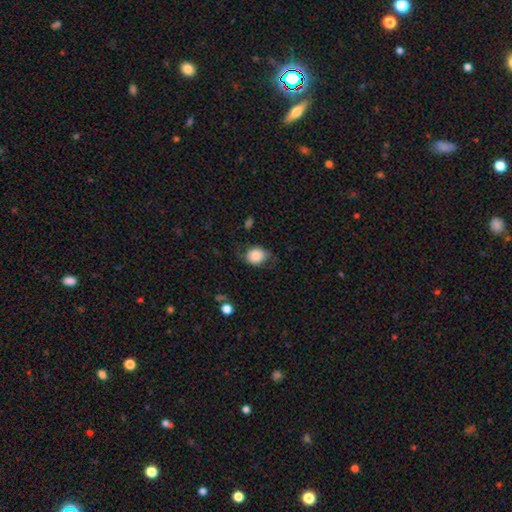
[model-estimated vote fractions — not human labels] smooth-or-featured: smooth: 72% | featured or disk: 19% | star or artifact: 8%
  how-rounded: round: 60% | in between: 39% | cigar-shaped: 1%
  merging: none: 61% | minor disturbance: 25% | major disturbance: 12% | merger: 2%